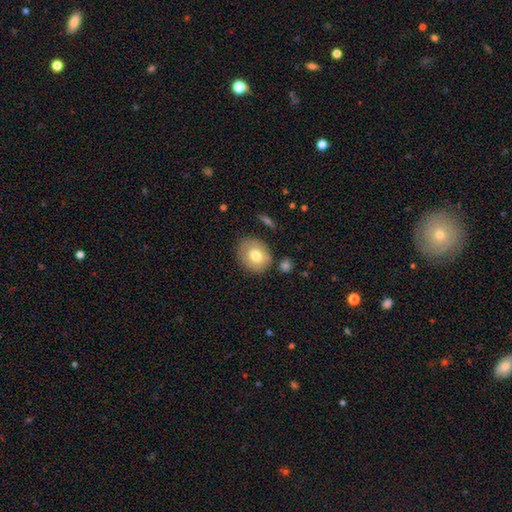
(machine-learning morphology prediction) A smooth galaxy with no disk features (73%) that is round (57%).

Vote fractions:
- Smooth or featured? smooth: 73% / featured or disk: 19% / star or artifact: 8%
- How rounded? round: 57% / in between: 42% / cigar-shaped: 1%
- Merging? none: 76% / minor disturbance: 14% / merger: 6% / major disturbance: 4%